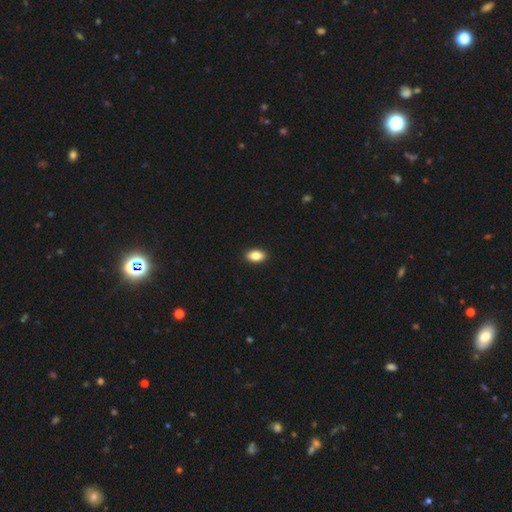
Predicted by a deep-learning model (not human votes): smooth_or_featured: smooth (p=0.84) [alt: featured or disk p=0.09]
how_rounded: in between (p=0.90) [alt: round p=0.07]
merging: none (p=0.92) [alt: minor disturbance p=0.06]